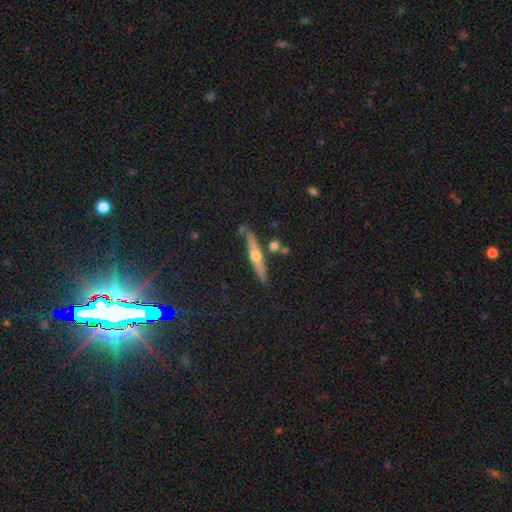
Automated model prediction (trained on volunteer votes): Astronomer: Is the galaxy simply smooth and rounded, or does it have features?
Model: featured or disk — 64%.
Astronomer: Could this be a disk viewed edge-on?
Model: yes — 95%.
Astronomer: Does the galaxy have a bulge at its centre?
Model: rounded — 91%.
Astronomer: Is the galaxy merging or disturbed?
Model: none — 82%.